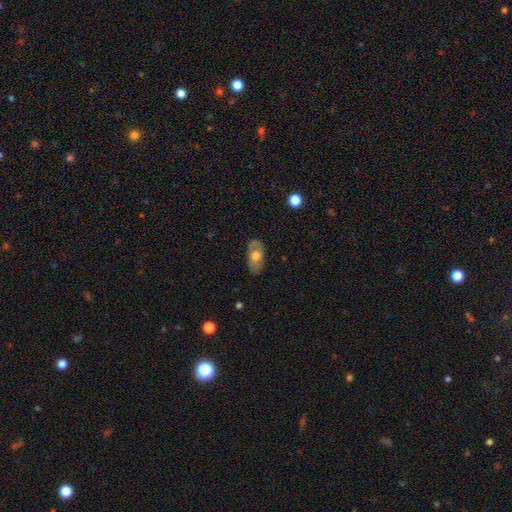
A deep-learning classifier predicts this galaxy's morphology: type=smooth (61%); roundness=in between (89%); merging=none (76%).